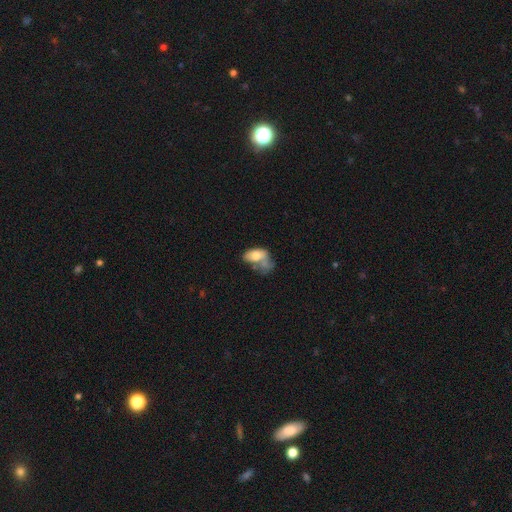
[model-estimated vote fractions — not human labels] Smooth or featured: smooth — 62% (featured or disk — 30%)
How rounded: in between — 87% (round — 10%)
Merging: major disturbance — 37% (merger — 28%)